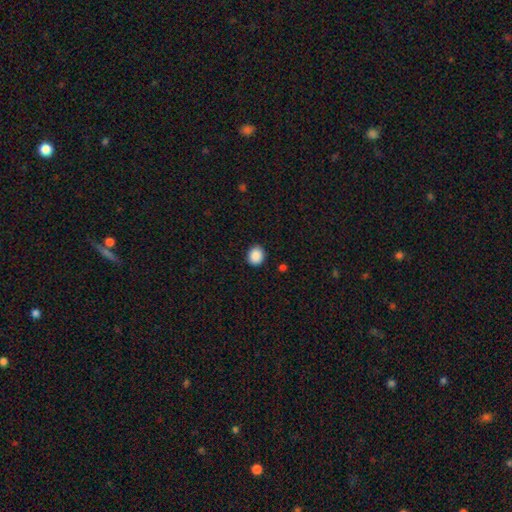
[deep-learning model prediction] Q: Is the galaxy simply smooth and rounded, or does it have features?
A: smooth — 89%.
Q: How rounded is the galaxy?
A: round — 73%.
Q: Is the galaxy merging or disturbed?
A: none — 90%.